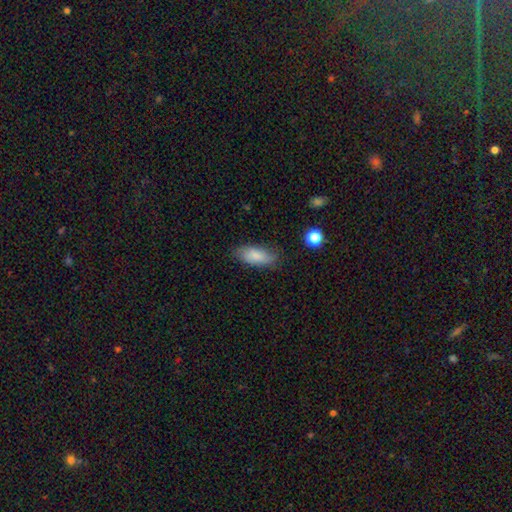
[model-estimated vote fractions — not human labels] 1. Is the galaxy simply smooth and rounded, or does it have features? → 82% smooth, 11% featured or disk, 7% star or artifact.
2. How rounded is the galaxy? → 84% in between, 14% cigar-shaped, 2% round.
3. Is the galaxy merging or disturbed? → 76% none, 19% minor disturbance, 4% major disturbance, 2% merger.